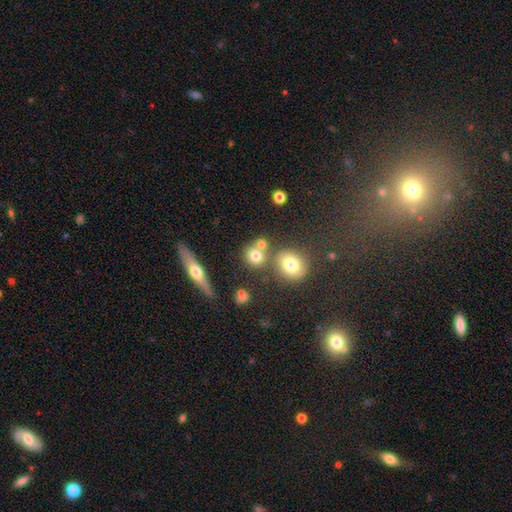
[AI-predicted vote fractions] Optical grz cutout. It shows a smooth galaxy with no disk features (73%) that is round (85%). Merging: none (60%).